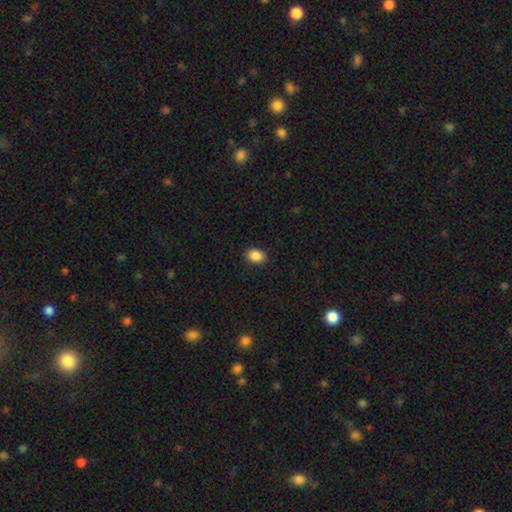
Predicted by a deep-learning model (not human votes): smooth_or_featured: smooth (p=0.88) [alt: star or artifact p=0.09]
how_rounded: in between (p=0.67) [alt: round p=0.32]
merging: none (p=0.90) [alt: minor disturbance p=0.07]